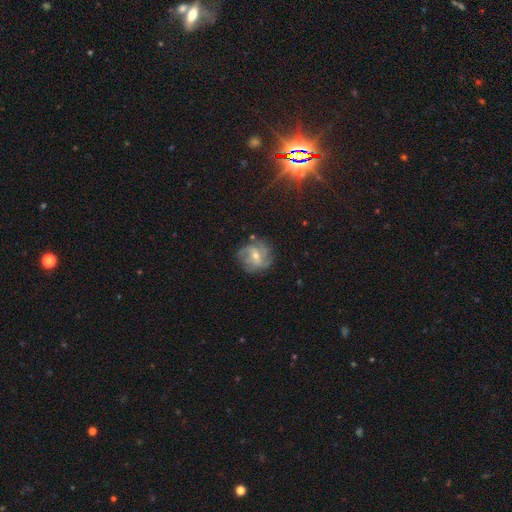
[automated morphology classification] Q: Smooth or featured?
A: featured or disk (77%); runner-up: smooth (14%)
Q: Edge-on disk?
A: no (97%); runner-up: yes (3%)
Q: Bar?
A: no (47%); runner-up: weak (42%)
Q: Spiral arms?
A: yes (91%); runner-up: no (9%)
Q: Spiral winding?
A: medium (42%); runner-up: tight (38%)
Q: Spiral arm count?
A: can't tell (29%); runner-up: 3 (27%)
Q: Bulge size?
A: small (50%); runner-up: moderate (47%)
Q: Merging?
A: none (73%); runner-up: minor disturbance (17%)